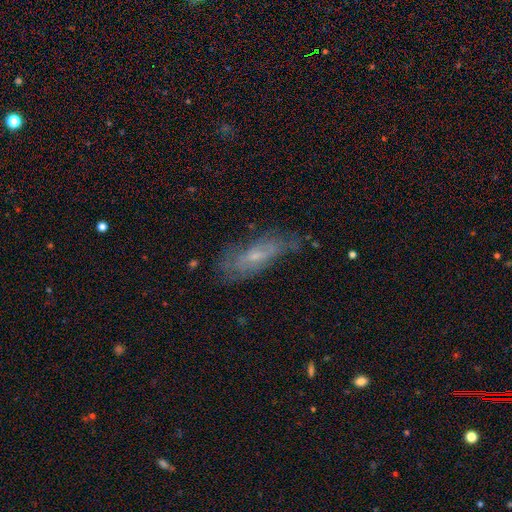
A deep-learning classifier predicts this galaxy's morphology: Smooth or featured? featured or disk (54%)
Edge-on disk? no (75%)
Merging? none (59%)